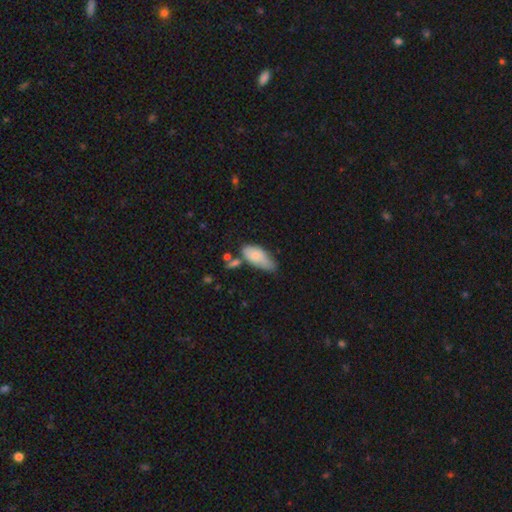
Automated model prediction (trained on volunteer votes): smooth-or-featured: smooth: 76% | featured or disk: 17% | star or artifact: 7%
  how-rounded: in between: 85% | cigar-shaped: 13% | round: 3%
  merging: minor disturbance: 38% | none: 36% | merger: 13% | major disturbance: 12%